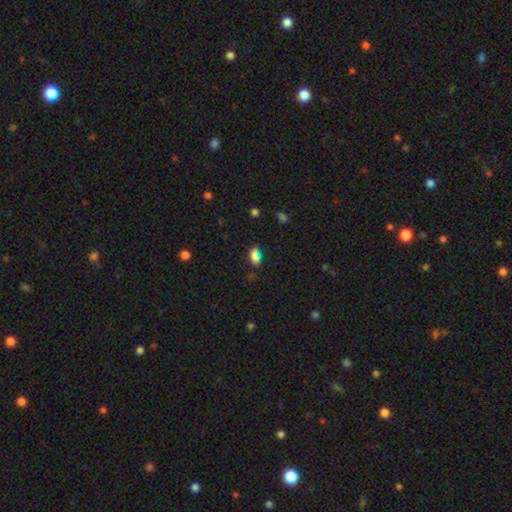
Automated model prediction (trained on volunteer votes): Smooth or featured?
  - smooth: 78% *
  - star or artifact: 14%
  - featured or disk: 8%
How rounded?
  - in between: 84% *
  - cigar-shaped: 9%
  - round: 7%
Merging?
  - none: 63% *
  - minor disturbance: 23%
  - major disturbance: 8%
  - merger: 7%